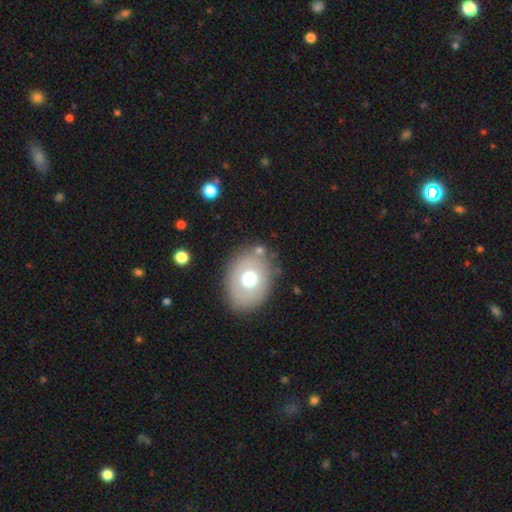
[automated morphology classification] smooth 66%, featured or disk 24%, star or artifact 10%. Down the decision tree: how rounded — in between (62%); merging — none (82%).